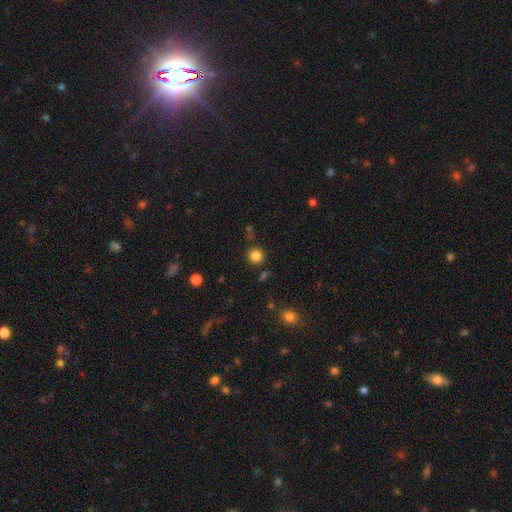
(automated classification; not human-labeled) This is clearly a smooth galaxy (82%). How rounded: clearly round (94%). Merging: clearly none (85%).